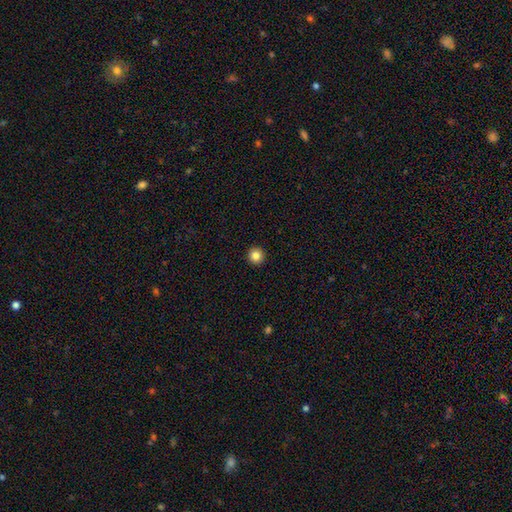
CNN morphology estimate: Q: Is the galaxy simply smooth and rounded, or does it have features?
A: smooth — 84%.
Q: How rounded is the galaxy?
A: round — 96%.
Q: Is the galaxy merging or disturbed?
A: none — 94%.